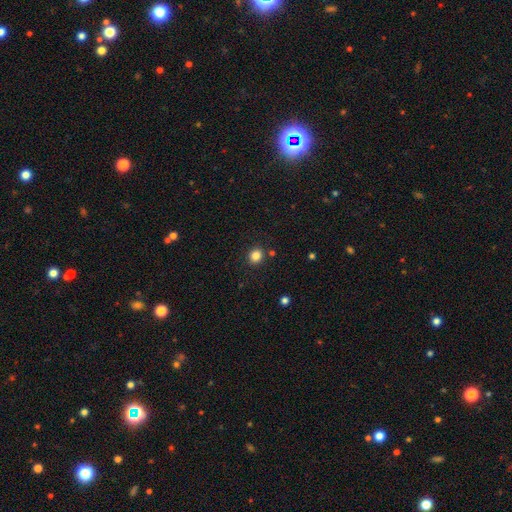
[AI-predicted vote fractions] A smooth galaxy with no disk features (84%) that is round (85%).

Vote fractions:
- Smooth or featured? smooth: 84% / star or artifact: 12% / featured or disk: 4%
- How rounded? round: 85% / in between: 14% / cigar-shaped: 1%
- Merging? none: 88% / minor disturbance: 7% / merger: 3% / major disturbance: 2%